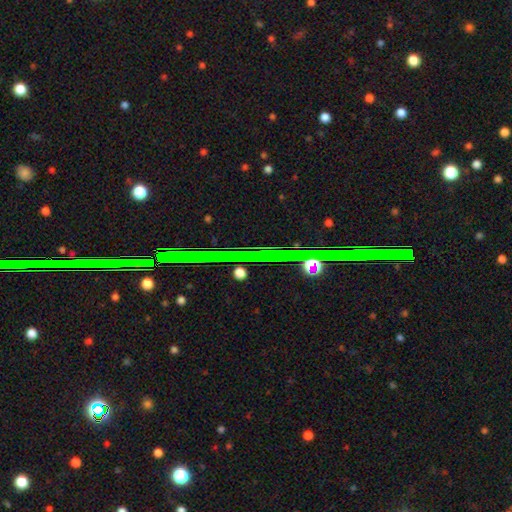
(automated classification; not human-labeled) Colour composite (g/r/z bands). It shows a star or artifact, not a galaxy (71%).